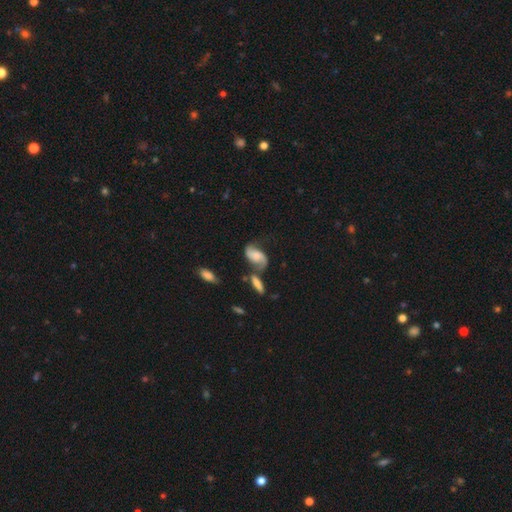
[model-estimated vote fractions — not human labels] Smooth or featured: featured or disk — 71% (smooth — 21%)
Edge-on disk: no — 96% (yes — 4%)
Bar: no — 56% (weak — 34%)
Spiral arms: yes — 94% (no — 6%)
Spiral winding: loose — 49% (medium — 38%)
Spiral arm count: 2 — 89% (1 — 4%)
Bulge size: moderate — 35% (small — 29%)
Merging: none — 49% (merger — 22%)